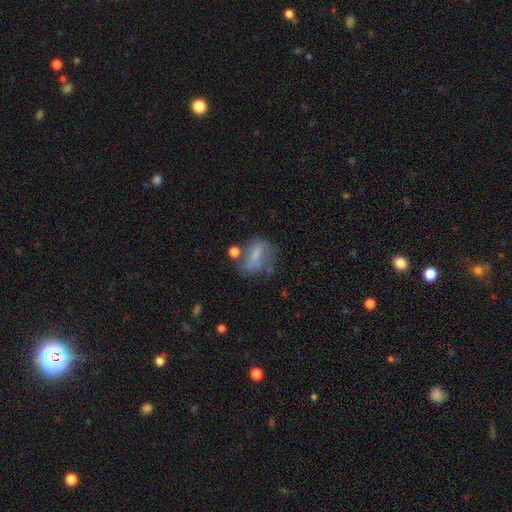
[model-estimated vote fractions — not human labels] Smooth or featured? smooth (55%)
How rounded? in between (67%)
Merging? none (42%)